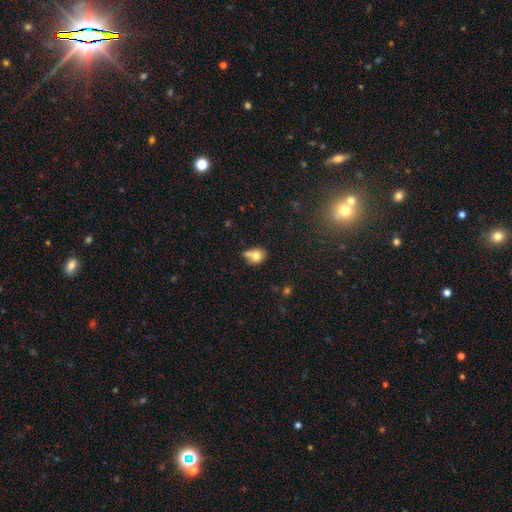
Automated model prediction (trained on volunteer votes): This appears to be a smooth galaxy with no disk features (74%) that is round (62%). Merging: none (40%).